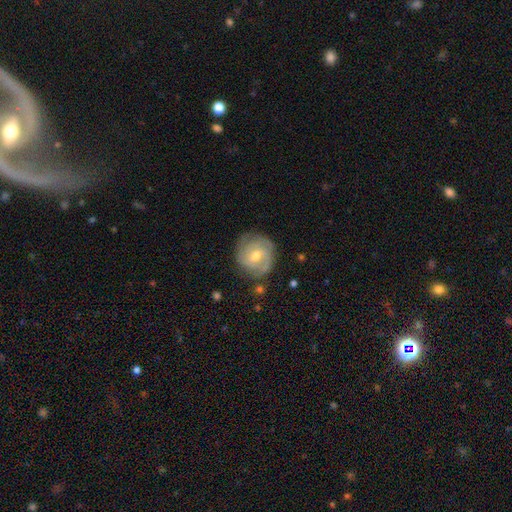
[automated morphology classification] type=featured or disk (70%); edge-on=no (98%); bar=no (48%); spiral arms=yes (89%); winding=tight (52%); arm count=2 (30%); bulge=moderate (62%); merging=none (75%).